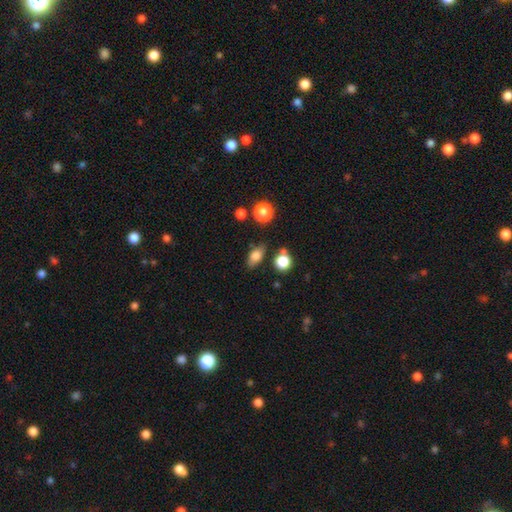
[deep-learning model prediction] Smooth or featured?
  - smooth: 79% *
  - featured or disk: 11%
  - star or artifact: 10%
How rounded?
  - in between: 78% *
  - round: 15%
  - cigar-shaped: 7%
Merging?
  - none: 76% *
  - minor disturbance: 15%
  - merger: 5%
  - major disturbance: 4%